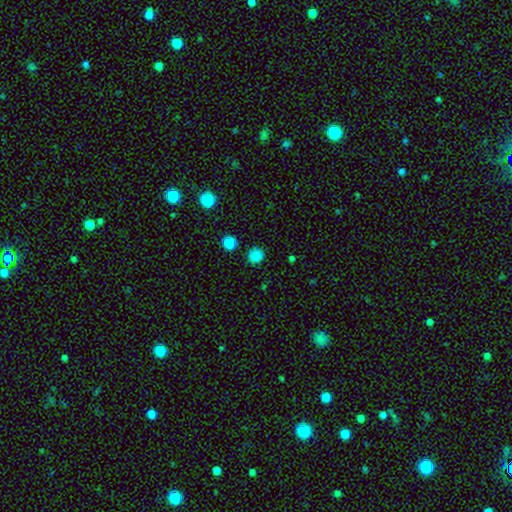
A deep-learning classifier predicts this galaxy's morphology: Smooth or featured: smooth — 82% (star or artifact — 15%)
How rounded: round — 90% (in between — 9%)
Merging: none — 88% (minor disturbance — 8%)